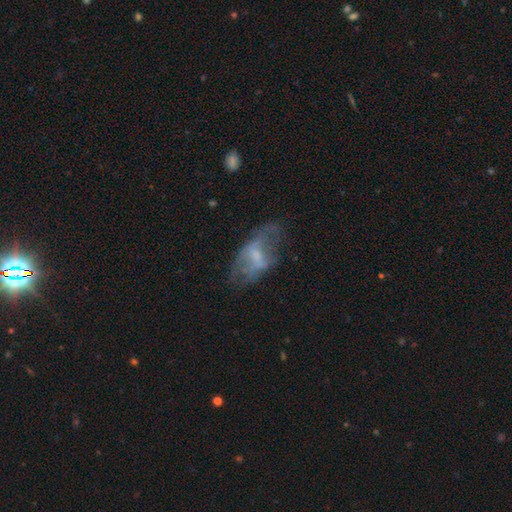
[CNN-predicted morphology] smooth_or_featured: featured or disk (p=0.55) [alt: smooth p=0.35]
disk_edge_on: no (p=0.90) [alt: yes p=0.10]
merging: none (p=0.49) [alt: minor disturbance p=0.25]